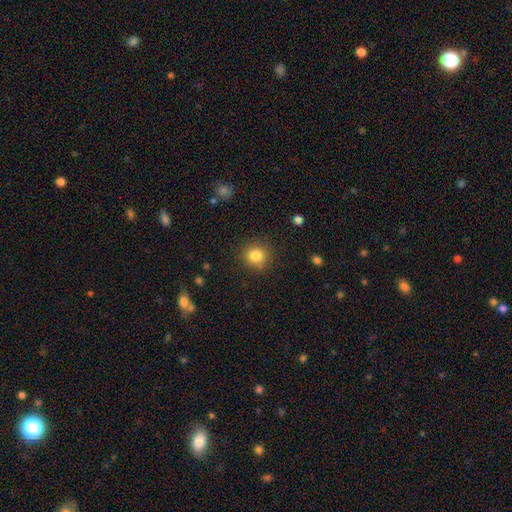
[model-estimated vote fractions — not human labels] smooth-or-featured: smooth: 83% | star or artifact: 11% | featured or disk: 6%
  how-rounded: round: 90% | in between: 9% | cigar-shaped: 1%
  merging: none: 88% | minor disturbance: 8% | major disturbance: 3% | merger: 1%